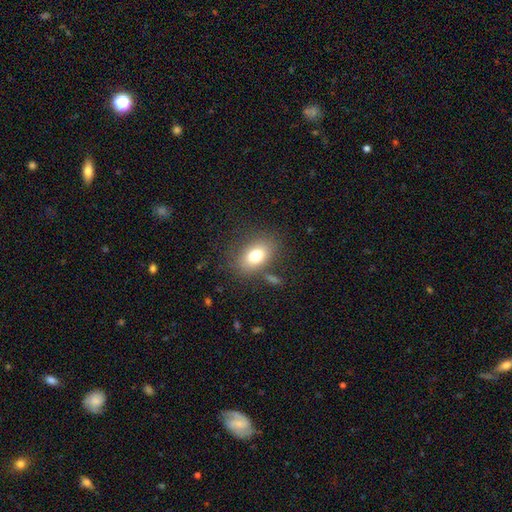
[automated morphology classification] Smooth or featured? Predicted: smooth (p=0.77). How rounded? Predicted: in between (p=0.80). Merging? Predicted: none (p=0.76).